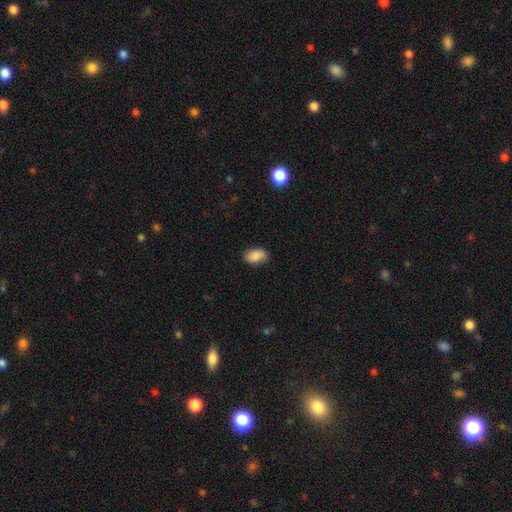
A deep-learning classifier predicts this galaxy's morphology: Q: Smooth or featured?
A: smooth (88%); runner-up: star or artifact (7%)
Q: How rounded?
A: in between (89%); runner-up: round (10%)
Q: Merging?
A: none (85%); runner-up: minor disturbance (12%)